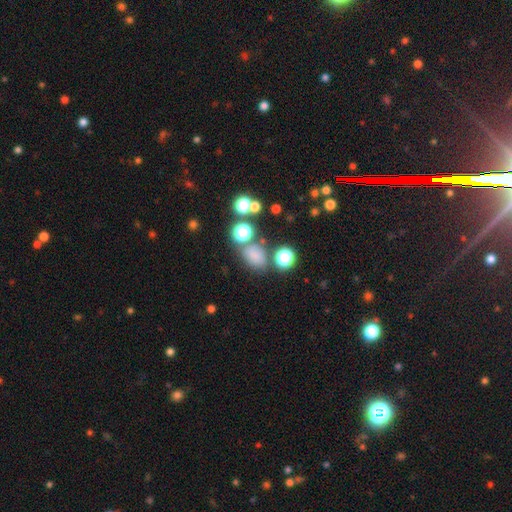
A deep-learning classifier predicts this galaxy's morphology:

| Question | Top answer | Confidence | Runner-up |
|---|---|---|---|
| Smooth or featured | smooth | 70% | star or artifact (22%) |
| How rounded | in between | 57% | round (41%) |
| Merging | none | 63% | minor disturbance (15%) |